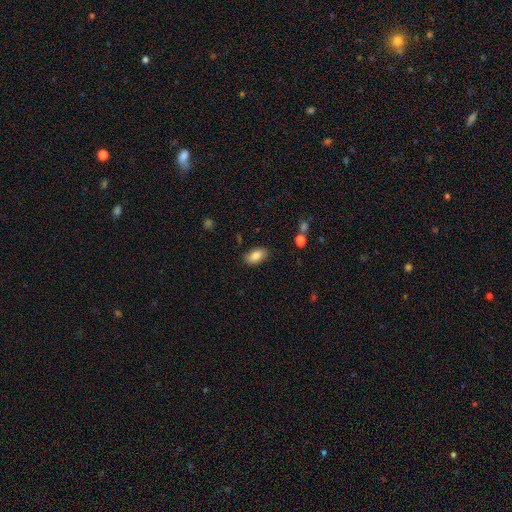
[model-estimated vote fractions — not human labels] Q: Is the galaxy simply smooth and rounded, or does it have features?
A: smooth — 84%.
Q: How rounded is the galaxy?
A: in between — 93%.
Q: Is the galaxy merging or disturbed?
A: none — 85%.